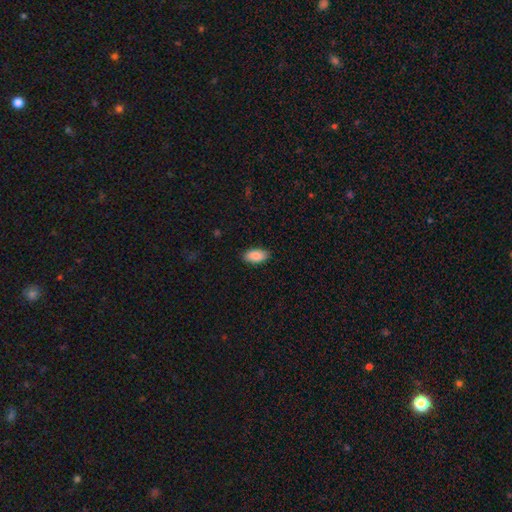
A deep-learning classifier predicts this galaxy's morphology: A smooth galaxy with no disk features (89%) that is in between round and cigar-shaped (94%).

Vote fractions:
- Smooth or featured? smooth: 89% / star or artifact: 6% / featured or disk: 4%
- How rounded? in between: 94% / cigar-shaped: 3% / round: 2%
- Merging? none: 88% / minor disturbance: 9% / major disturbance: 2% / merger: 1%